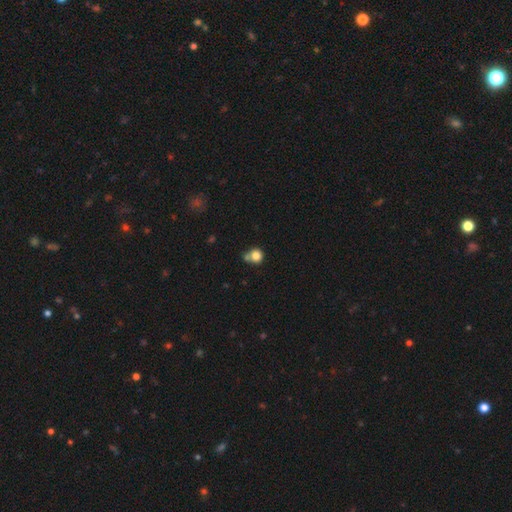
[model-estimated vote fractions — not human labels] smooth-or-featured: smooth: 81% | star or artifact: 11% | featured or disk: 8%
  how-rounded: round: 87% | in between: 12% | cigar-shaped: 1%
  merging: none: 52% | merger: 25% | minor disturbance: 16% | major disturbance: 6%